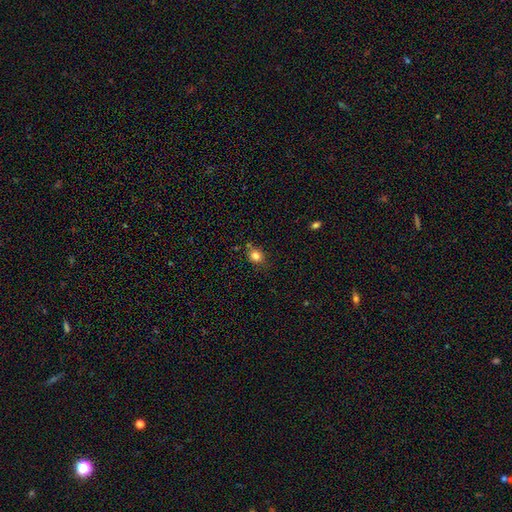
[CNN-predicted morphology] type=smooth (82%); roundness=round (77%); merging=none (76%).